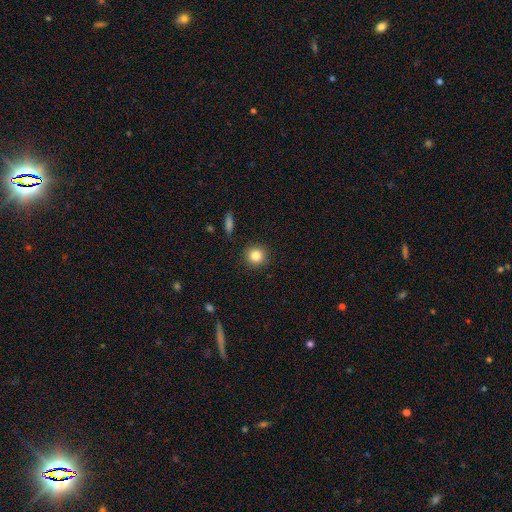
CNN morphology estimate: smooth 84%, star or artifact 10%, featured or disk 6%. Down the decision tree: how rounded — round (93%); merging — none (91%).